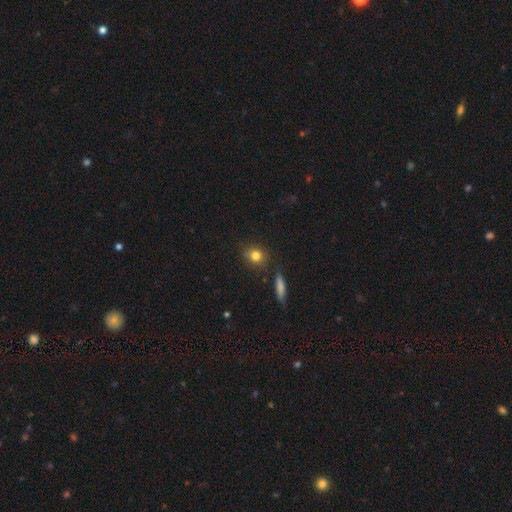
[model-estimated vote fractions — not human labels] Q: Smooth or featured?
A: smooth (82%); runner-up: star or artifact (10%)
Q: How rounded?
A: round (64%); runner-up: in between (33%)
Q: Merging?
A: none (82%); runner-up: minor disturbance (11%)